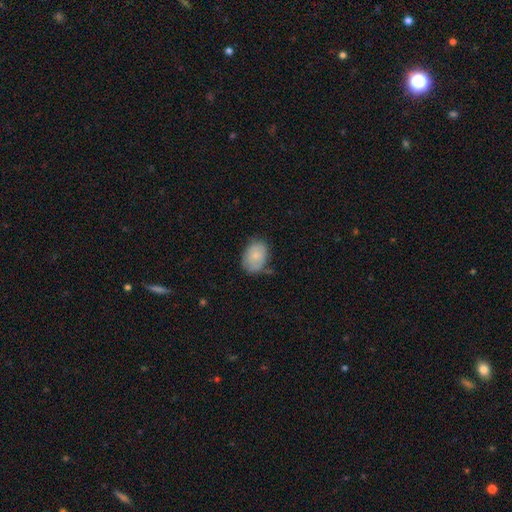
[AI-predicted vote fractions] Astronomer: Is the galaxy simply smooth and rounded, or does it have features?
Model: smooth — 80%.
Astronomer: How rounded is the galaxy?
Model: in between — 79%.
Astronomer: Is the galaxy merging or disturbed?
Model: none — 63%.